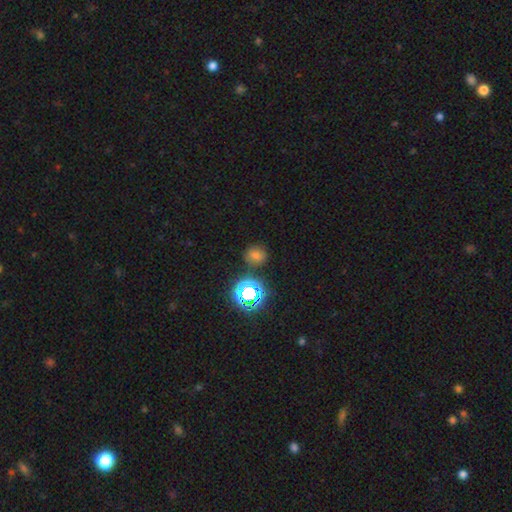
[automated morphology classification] Overall: smooth (62%; star or artifact 30%). How rounded: round (78%). Merging: none (81%).